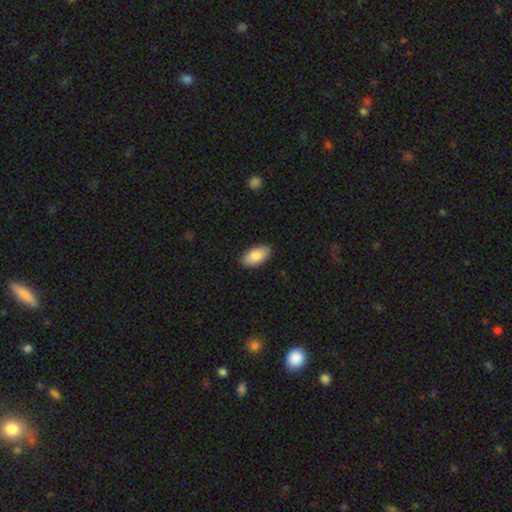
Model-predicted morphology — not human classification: This appears to be a smooth galaxy with no disk features (86%) that is in between round and cigar-shaped (95%). Merging: none (89%).